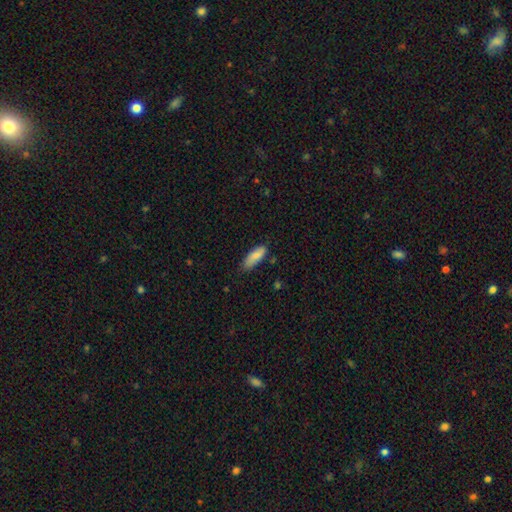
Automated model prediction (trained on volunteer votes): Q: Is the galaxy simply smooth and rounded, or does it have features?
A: smooth — 80%.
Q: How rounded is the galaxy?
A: in between — 71%.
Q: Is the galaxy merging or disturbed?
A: none — 71%.